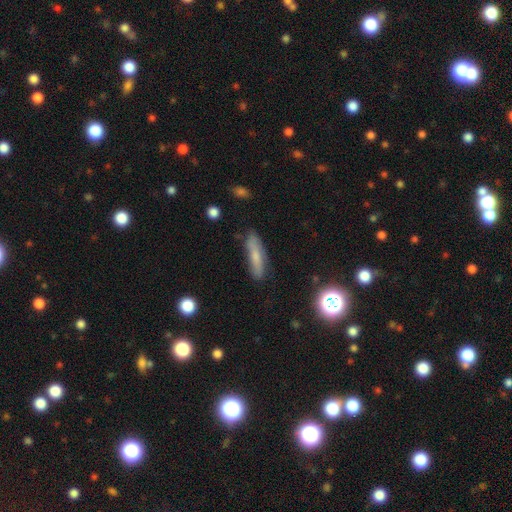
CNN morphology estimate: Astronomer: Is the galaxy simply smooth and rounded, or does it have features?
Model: smooth — 64%.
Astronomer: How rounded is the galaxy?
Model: cigar-shaped — 77%.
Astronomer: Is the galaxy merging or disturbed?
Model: none — 80%.